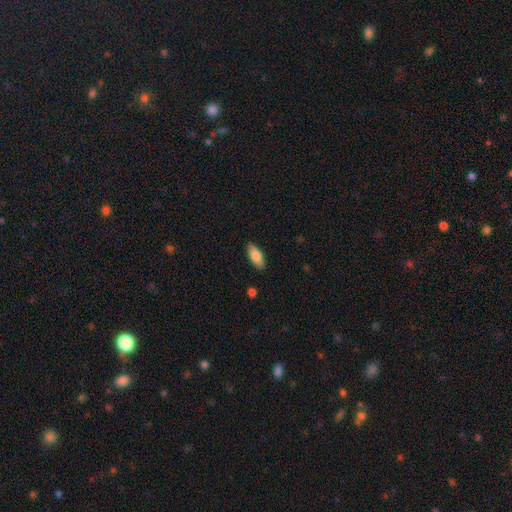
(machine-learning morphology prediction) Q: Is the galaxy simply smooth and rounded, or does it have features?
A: smooth — 76%.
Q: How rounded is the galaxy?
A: in between — 79%.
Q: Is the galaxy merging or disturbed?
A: none — 88%.